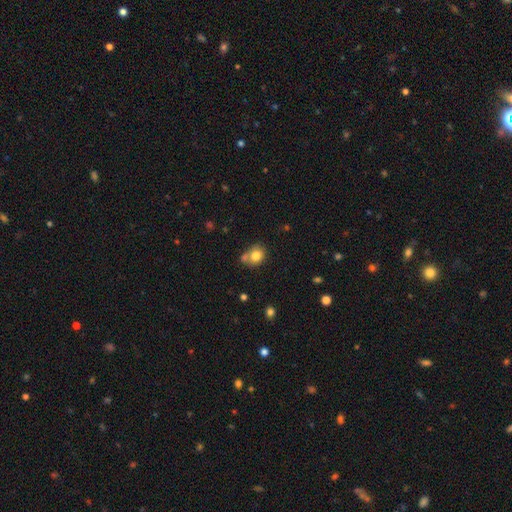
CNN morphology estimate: Smooth or featured? smooth (79%)
How rounded? round (60%)
Merging? none (51%)